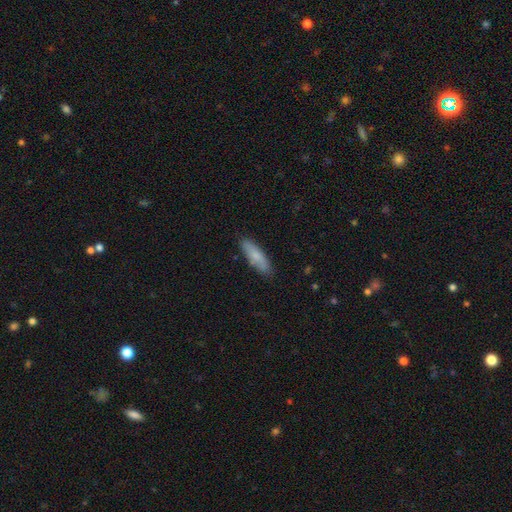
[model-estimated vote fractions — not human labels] Smooth or featured?
  - smooth: 77% *
  - featured or disk: 18%
  - star or artifact: 6%
How rounded?
  - cigar-shaped: 61% *
  - in between: 38%
  - round: 2%
Merging?
  - none: 83% *
  - minor disturbance: 13%
  - major disturbance: 2%
  - merger: 2%